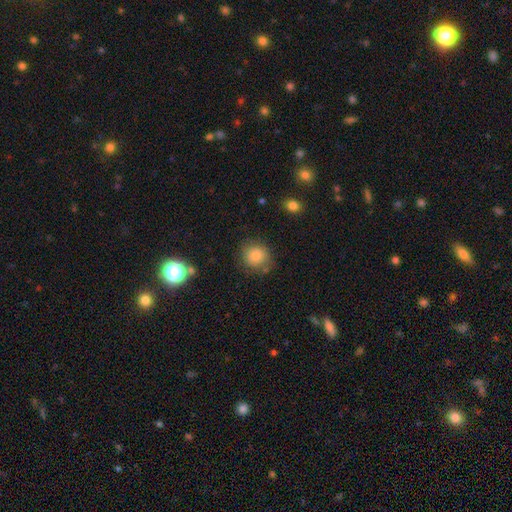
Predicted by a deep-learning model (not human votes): This appears to be a smooth galaxy with no disk features (84%) that is round (86%). Merging: none (75%).